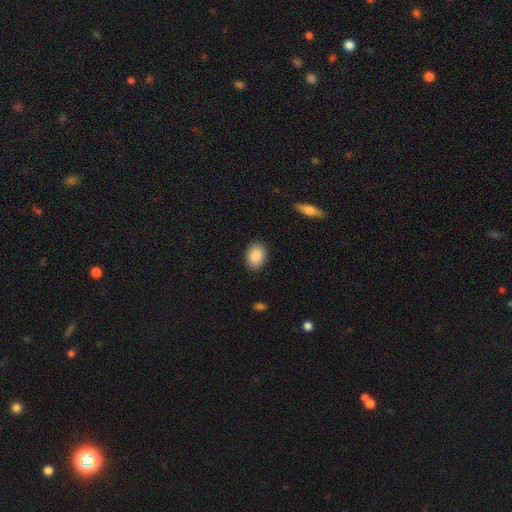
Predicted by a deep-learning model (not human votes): smooth-or-featured: smooth: 88% | star or artifact: 7% | featured or disk: 5%
  how-rounded: in between: 74% | round: 24% | cigar-shaped: 1%
  merging: none: 88% | minor disturbance: 9% | major disturbance: 2% | merger: 1%